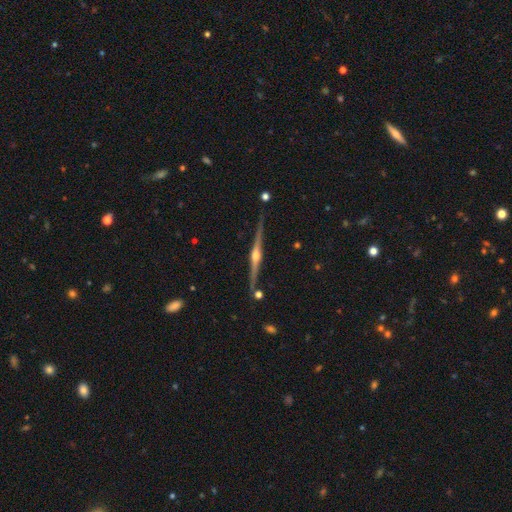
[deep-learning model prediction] smooth_or_featured: featured or disk (p=0.86) [alt: smooth p=0.08]
disk_edge_on: yes (p=0.98) [alt: no p=0.02]
edge_on_bulge: rounded (p=0.94) [alt: boxy p=0.04]
merging: none (p=0.86) [alt: minor disturbance p=0.10]